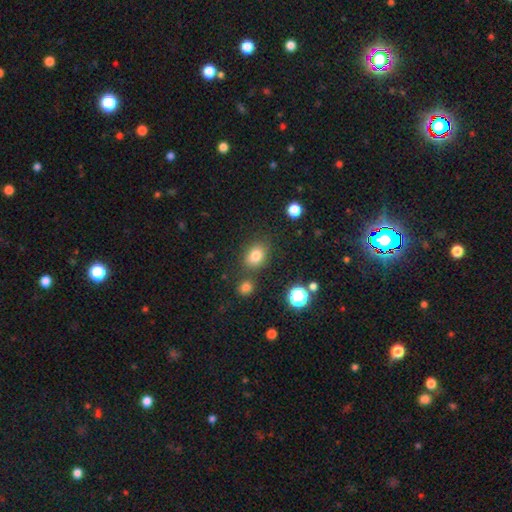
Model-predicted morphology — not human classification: A smooth galaxy with no disk features (79%) that is in between round and cigar-shaped (52%). Merging: none (76%).